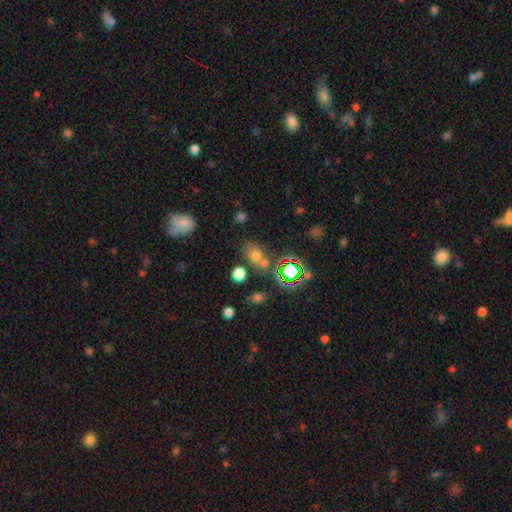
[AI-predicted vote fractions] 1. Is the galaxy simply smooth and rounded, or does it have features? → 62% smooth, 26% star or artifact, 12% featured or disk.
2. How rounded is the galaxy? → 56% in between, 42% round, 2% cigar-shaped.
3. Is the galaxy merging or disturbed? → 53% none, 29% merger, 12% minor disturbance, 6% major disturbance.